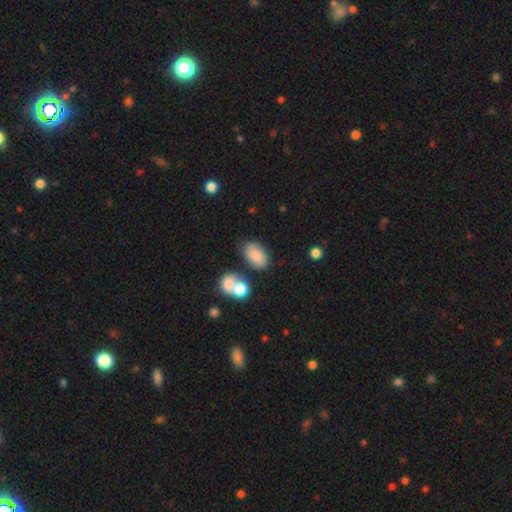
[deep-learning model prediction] smooth 77%, featured or disk 14%, star or artifact 9%. Down the decision tree: how rounded — in between (89%); merging — none (69%).